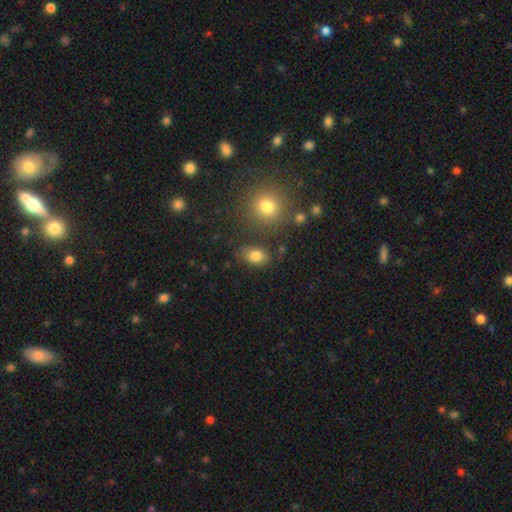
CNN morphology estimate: type=smooth (81%); roundness=in between (77%); merging=none (75%).